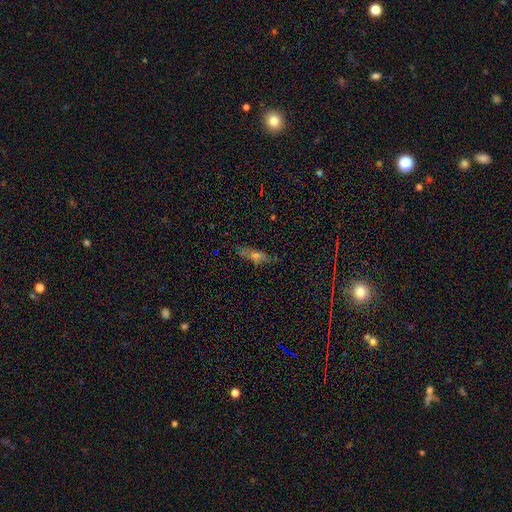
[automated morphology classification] A smooth galaxy with no disk features (42%).

Vote fractions:
- Smooth or featured? smooth: 42% / featured or disk: 30% / star or artifact: 27%
- Merging? none: 71% / minor disturbance: 19% / major disturbance: 6% / merger: 4%